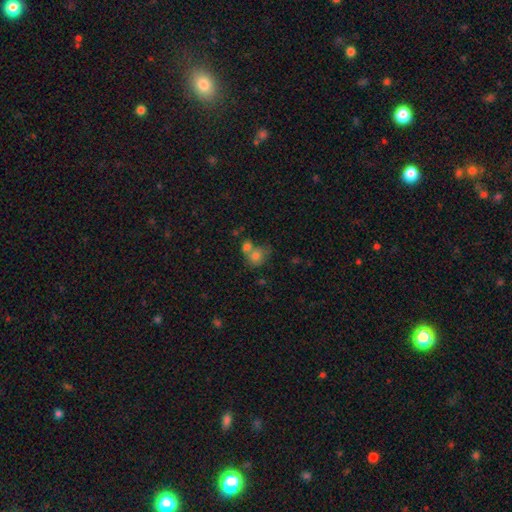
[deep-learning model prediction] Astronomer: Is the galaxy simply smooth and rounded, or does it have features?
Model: smooth — 76%.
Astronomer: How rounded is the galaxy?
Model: round — 58% (runner-up: in between, 41%).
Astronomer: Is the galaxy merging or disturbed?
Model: merger — 53% (runner-up: none, 31%).